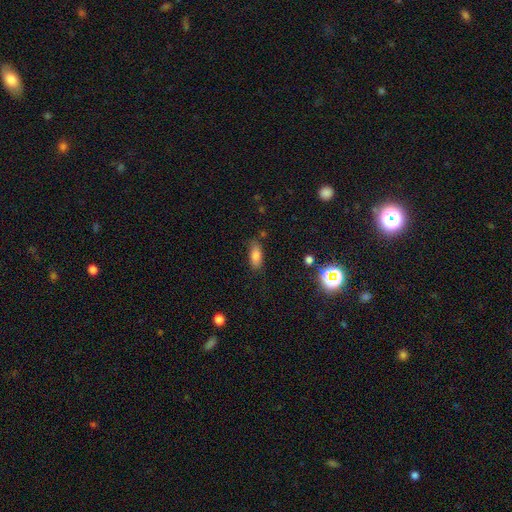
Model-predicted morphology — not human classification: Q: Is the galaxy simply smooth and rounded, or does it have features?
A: smooth — 79%.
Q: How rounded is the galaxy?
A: in between — 83%.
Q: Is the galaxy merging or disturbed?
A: none — 78%.